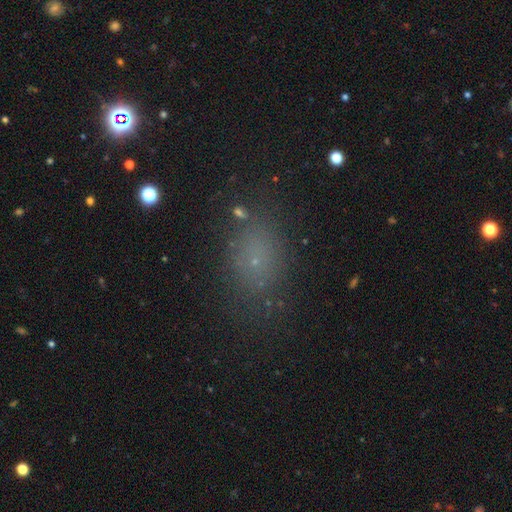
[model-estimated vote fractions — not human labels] Smooth or featured? Predicted: smooth (p=0.62). How rounded? Predicted: in between (p=0.72). Merging? Predicted: none (p=0.78).